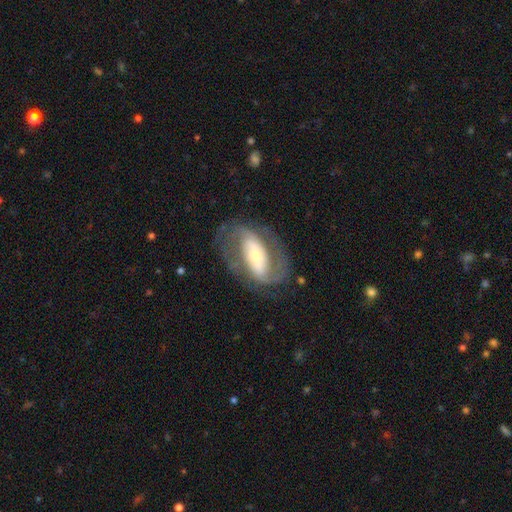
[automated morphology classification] featured or disk 82%, smooth 13%, star or artifact 5%. Down the decision tree: edge-on disk — no (95%); bar — strong (51%); spiral arms — yes (89%); spiral arm count — 2 (86%); spiral winding — medium (48%); bulge size — small (46%); merging — none (72%).